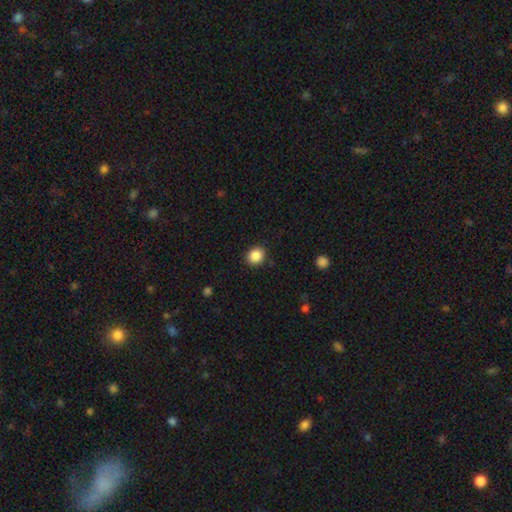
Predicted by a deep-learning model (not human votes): smooth 87%, star or artifact 10%, featured or disk 4%. Down the decision tree: how rounded — round (79%); merging — none (89%).